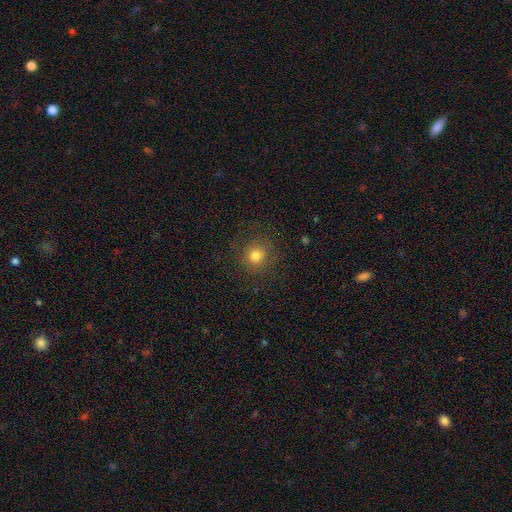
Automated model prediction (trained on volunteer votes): Smooth or featured? smooth (78%)
How rounded? round (91%)
Merging? none (84%)